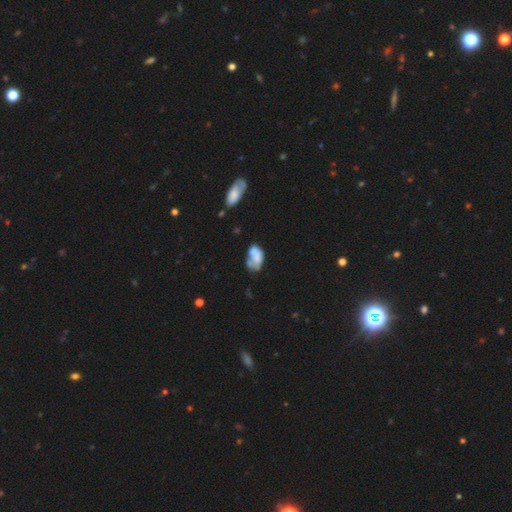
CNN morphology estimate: smooth-or-featured: smooth: 58% | featured or disk: 33% | star or artifact: 9%
  how-rounded: in between: 90% | round: 8% | cigar-shaped: 2%
  merging: none: 31% | minor disturbance: 26% | merger: 25% | major disturbance: 18%